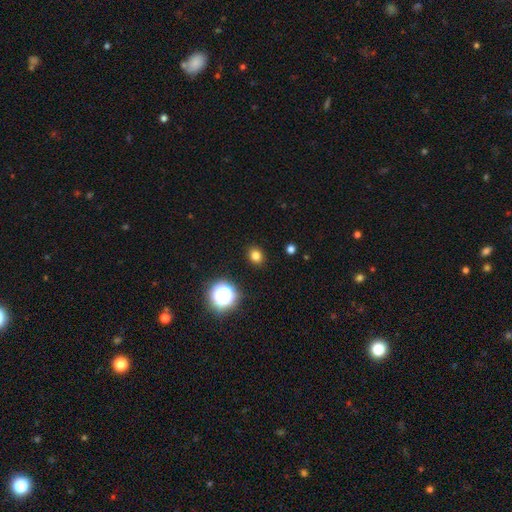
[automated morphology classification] A smooth galaxy with no disk features (78%) that is round (64%).

Vote fractions:
- Smooth or featured? smooth: 78% / star or artifact: 17% / featured or disk: 5%
- How rounded? round: 64% / in between: 35% / cigar-shaped: 1%
- Merging? none: 90% / minor disturbance: 6% / major disturbance: 2% / merger: 1%